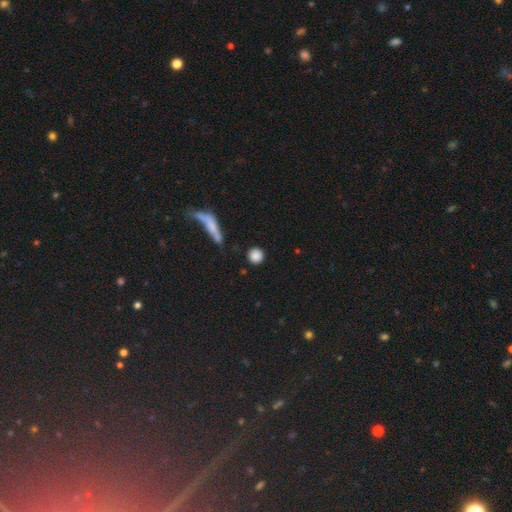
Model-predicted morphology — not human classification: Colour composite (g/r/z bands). It shows a smooth galaxy with no disk features (86%) that is round (91%). Merging: none (85%).